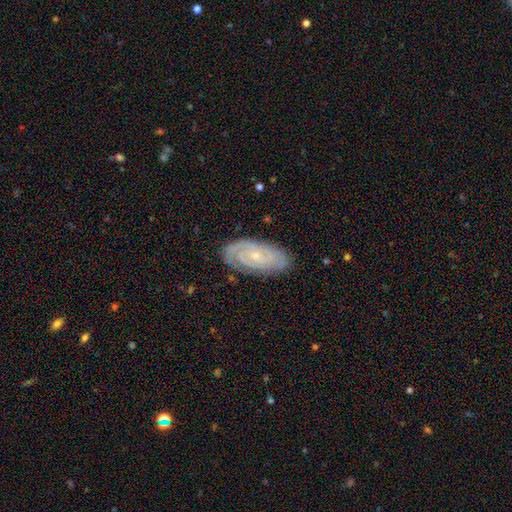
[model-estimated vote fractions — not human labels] Q: Smooth or featured?
A: featured or disk (82%); runner-up: smooth (11%)
Q: Edge-on disk?
A: no (95%); runner-up: yes (5%)
Q: Bar?
A: no (69%); runner-up: weak (26%)
Q: Spiral arms?
A: yes (96%); runner-up: no (4%)
Q: Spiral winding?
A: tight (74%); runner-up: medium (22%)
Q: Spiral arm count?
A: 2 (47%); runner-up: can't tell (24%)
Q: Bulge size?
A: small (78%); runner-up: moderate (17%)
Q: Merging?
A: none (82%); runner-up: minor disturbance (14%)